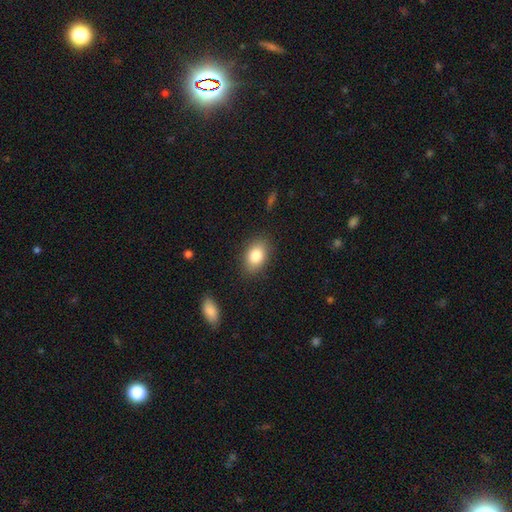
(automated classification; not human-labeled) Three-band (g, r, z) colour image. It shows a smooth galaxy with no disk features (83%) that is in between round and cigar-shaped (84%). Merging: none (85%).